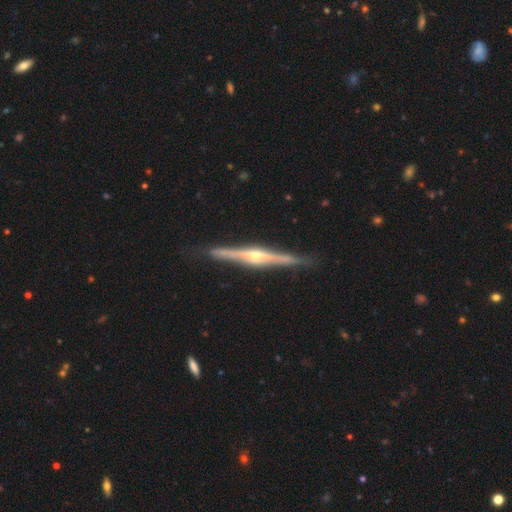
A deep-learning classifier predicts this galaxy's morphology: type=featured or disk (86%); edge-on=yes (98%); edge-on bulge=rounded (84%); merging=none (88%).